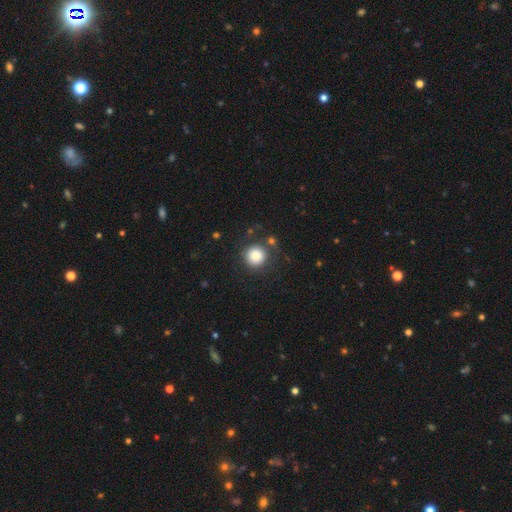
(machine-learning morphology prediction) This appears to be a smooth galaxy with no disk features (84%) that is round (95%). Merging: none (80%).